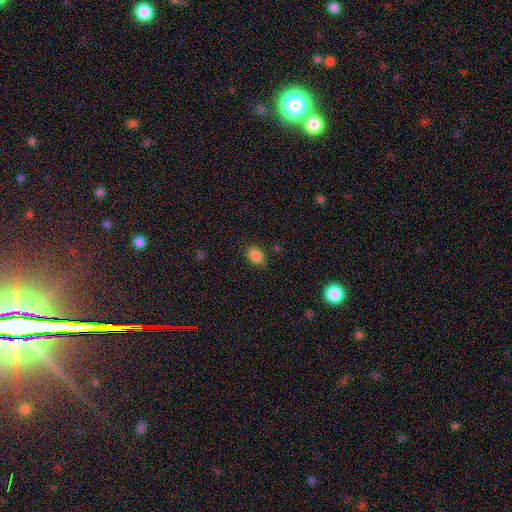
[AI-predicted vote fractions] smooth-or-featured: smooth: 86% | star or artifact: 11% | featured or disk: 4%
  how-rounded: in between: 61% | round: 38% | cigar-shaped: 1%
  merging: none: 85% | minor disturbance: 11% | major disturbance: 3% | merger: 2%